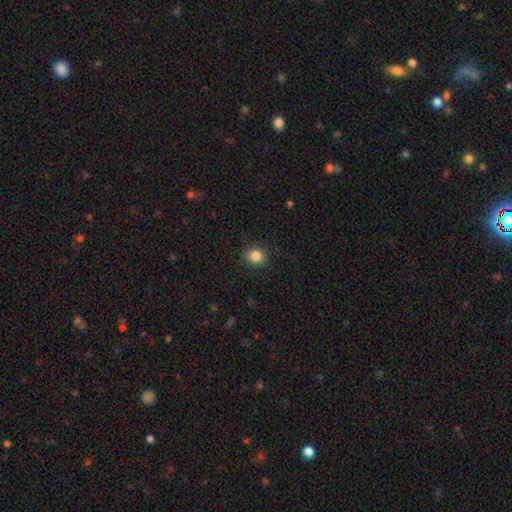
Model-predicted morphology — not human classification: Overall: smooth (85%). How rounded: round (86%). Merging: none (88%).